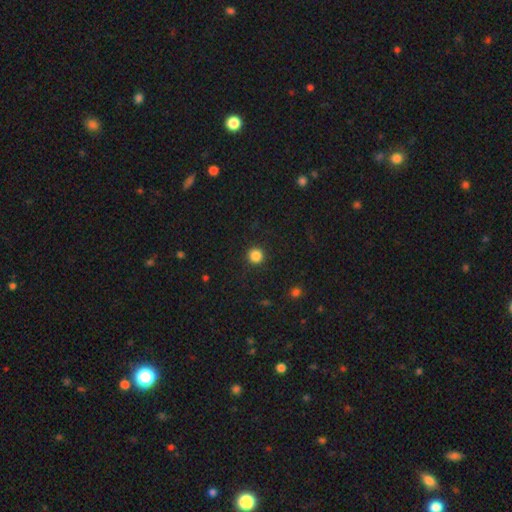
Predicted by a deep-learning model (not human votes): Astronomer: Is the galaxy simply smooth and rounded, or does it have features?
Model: smooth — 85%.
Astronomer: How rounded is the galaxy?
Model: round — 95%.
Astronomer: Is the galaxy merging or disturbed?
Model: none — 92%.